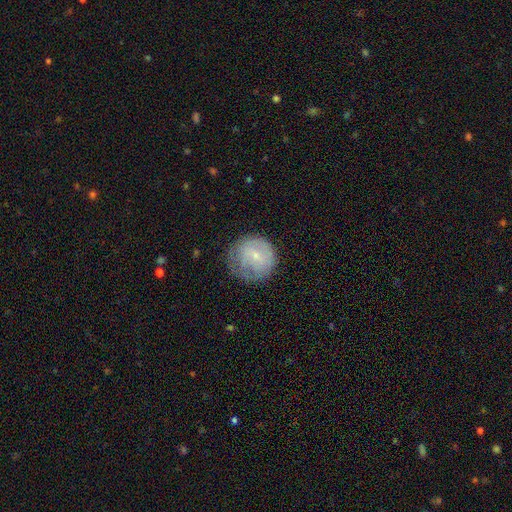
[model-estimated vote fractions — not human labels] smooth_or_featured: smooth (p=0.53) [alt: featured or disk p=0.40]
how_rounded: round (p=0.90) [alt: in between p=0.09]
merging: none (p=0.59) [alt: minor disturbance p=0.26]